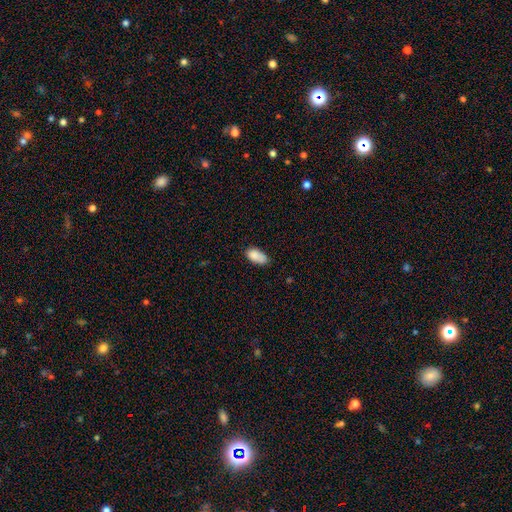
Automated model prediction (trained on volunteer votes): Overall: smooth (85%). How rounded: in between (92%). Merging: none (63%; minor disturbance 27%).